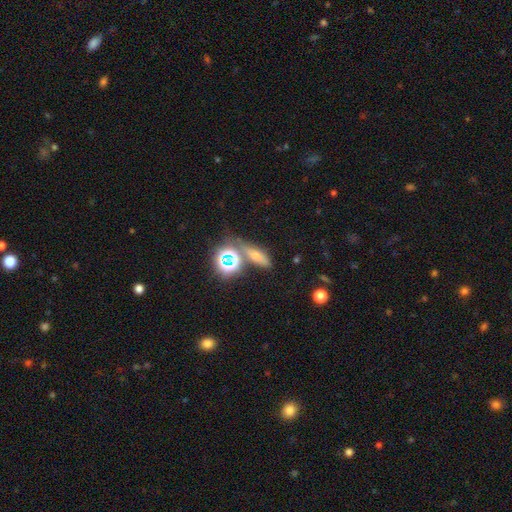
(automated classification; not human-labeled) Overall: smooth (55%; star or artifact 30%). How rounded: in between (46%; cigar-shaped 35%). Merging: none (62%).